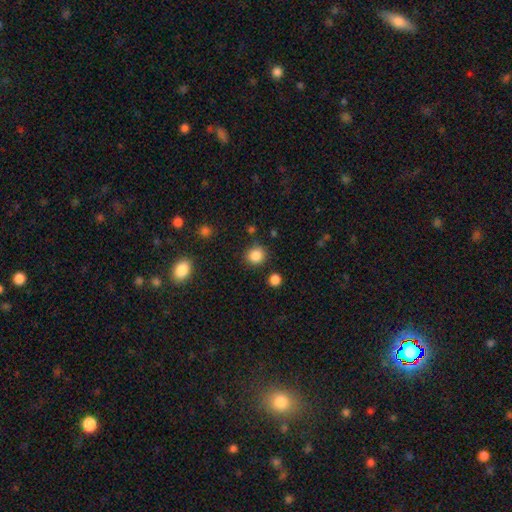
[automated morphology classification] smooth_or_featured: smooth (p=0.86) [alt: star or artifact p=0.11]
how_rounded: round (p=0.90) [alt: in between p=0.10]
merging: none (p=0.86) [alt: minor disturbance p=0.08]